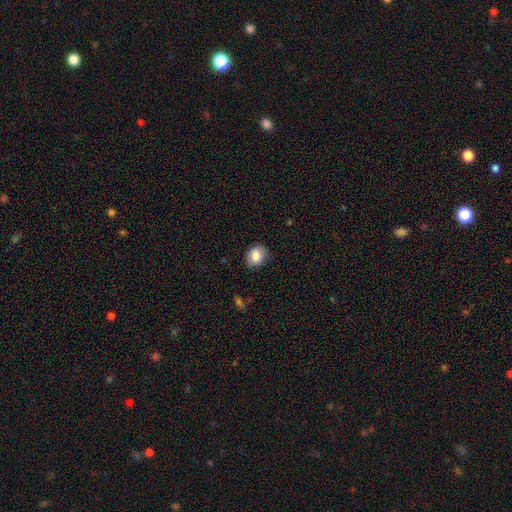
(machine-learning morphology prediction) Overall: smooth (84%). How rounded: in between (52%; round 47%). Merging: none (82%).